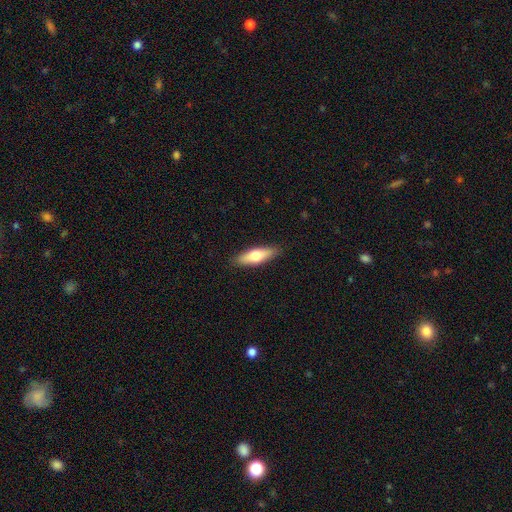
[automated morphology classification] smooth 62%, featured or disk 32%, star or artifact 6%. Down the decision tree: how rounded — in between (49%); merging — none (89%).